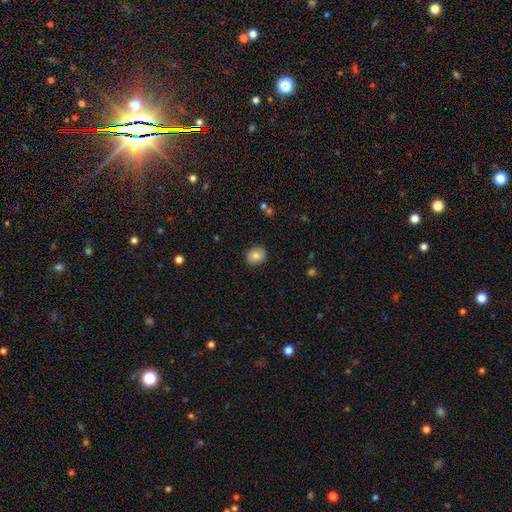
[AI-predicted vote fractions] Smooth or featured?
  - smooth: 83% *
  - featured or disk: 9%
  - star or artifact: 8%
How rounded?
  - round: 60% *
  - in between: 39%
  - cigar-shaped: 1%
Merging?
  - none: 88% *
  - minor disturbance: 9%
  - major disturbance: 2%
  - merger: 1%